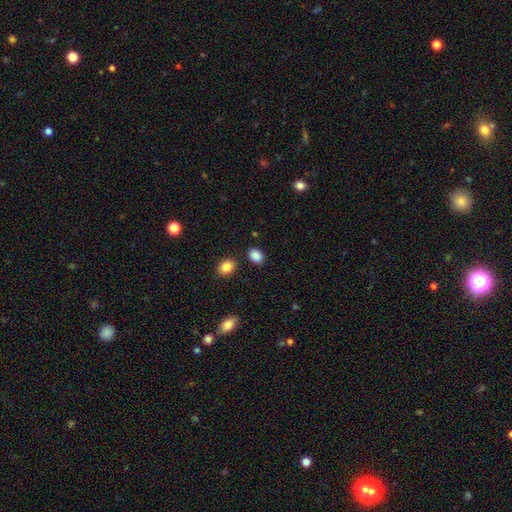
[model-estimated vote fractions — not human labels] A smooth galaxy with no disk features (88%) that is in between round and cigar-shaped (71%). Merging: none (83%).